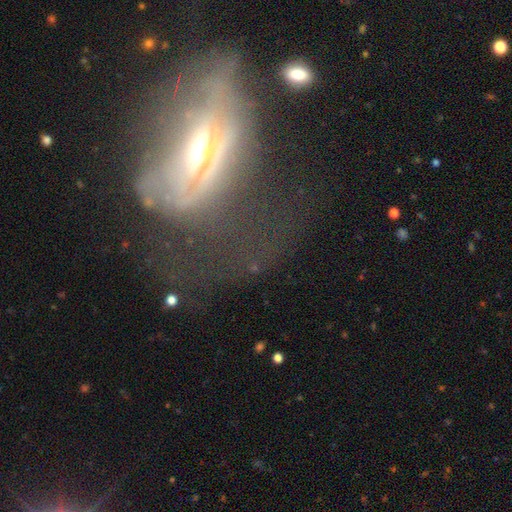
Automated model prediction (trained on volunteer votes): Morphology: type=featured or disk (64%); edge-on=no (74%); merging=major disturbance (49%).